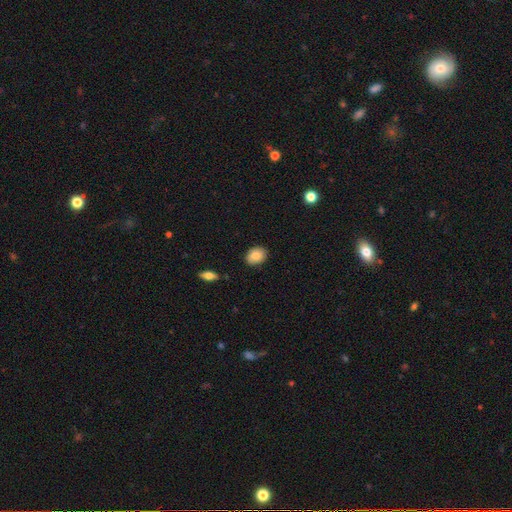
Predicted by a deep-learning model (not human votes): A smooth galaxy with no disk features (86%) that is in between round and cigar-shaped (69%). Merging: none (87%).